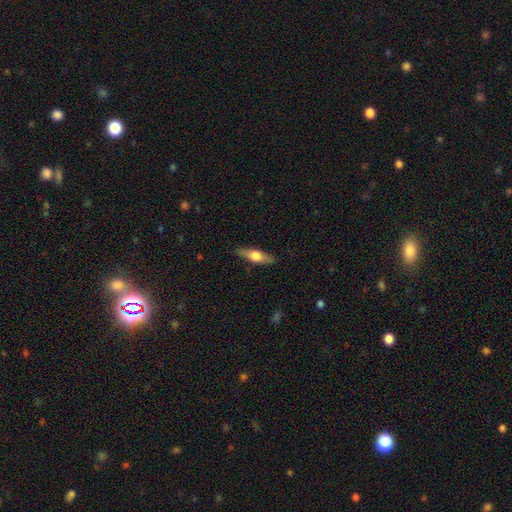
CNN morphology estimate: smooth_or_featured: featured or disk (p=0.51) [alt: smooth p=0.44]
disk_edge_on: yes (p=0.93) [alt: no p=0.07]
merging: none (p=0.87) [alt: minor disturbance p=0.09]